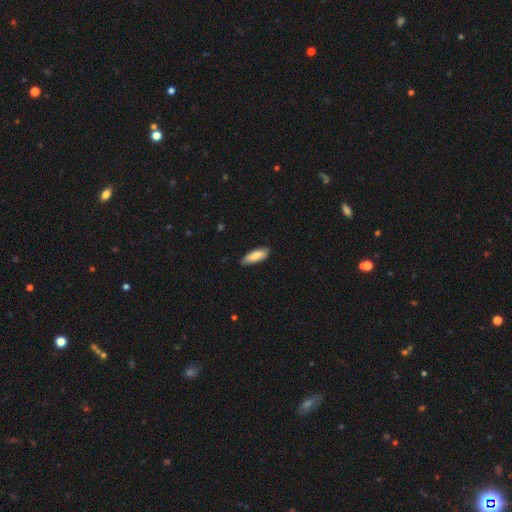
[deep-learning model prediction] Q: Smooth or featured?
A: smooth (82%); runner-up: featured or disk (12%)
Q: How rounded?
A: in between (60%); runner-up: cigar-shaped (39%)
Q: Merging?
A: none (82%); runner-up: minor disturbance (15%)